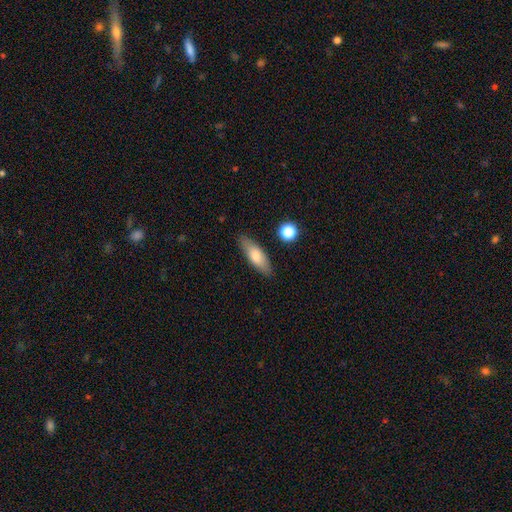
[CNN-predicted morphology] Smooth or featured? Predicted: smooth (p=0.73). How rounded? Predicted: in between (p=0.55). Merging? Predicted: none (p=0.85).